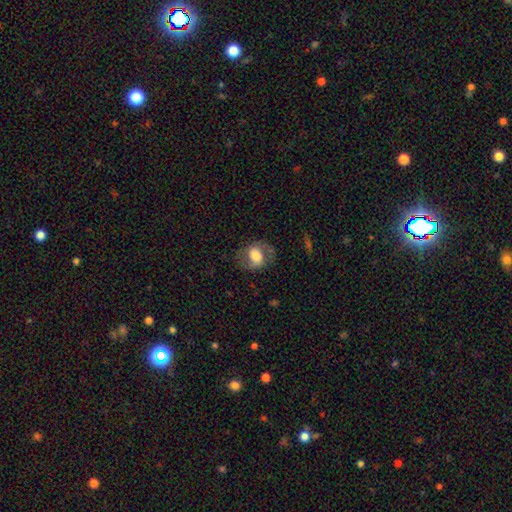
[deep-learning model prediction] Overall: featured or disk (47%; smooth 45%). Merging: none (70%).